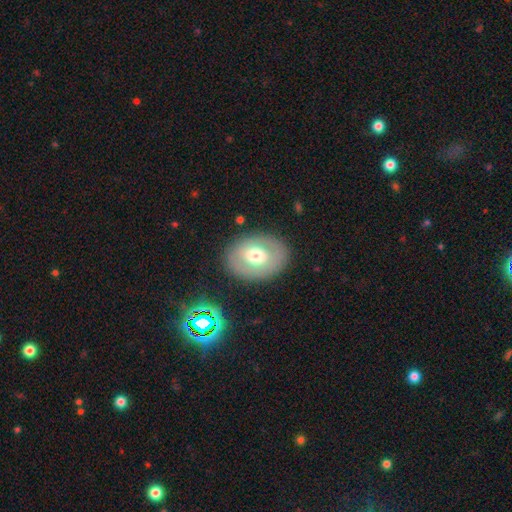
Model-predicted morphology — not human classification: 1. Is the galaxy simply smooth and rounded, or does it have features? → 55% smooth, 37% featured or disk, 8% star or artifact.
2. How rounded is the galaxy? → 68% in between, 31% round, 1% cigar-shaped.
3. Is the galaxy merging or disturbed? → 83% none, 11% minor disturbance, 5% major disturbance, 2% merger.